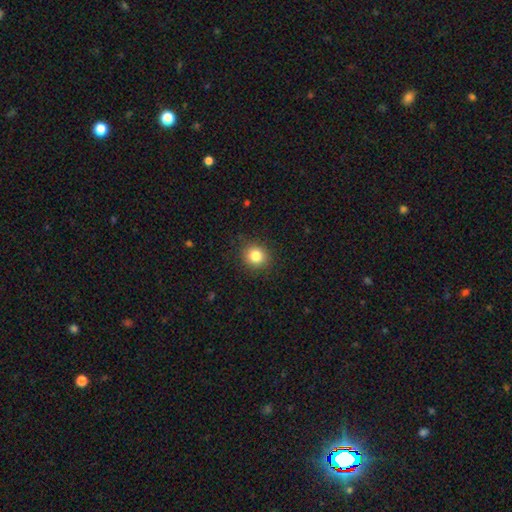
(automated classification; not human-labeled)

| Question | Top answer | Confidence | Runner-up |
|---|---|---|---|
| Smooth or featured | smooth | 83% | star or artifact (11%) |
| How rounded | round | 82% | in between (17%) |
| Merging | none | 89% | minor disturbance (8%) |